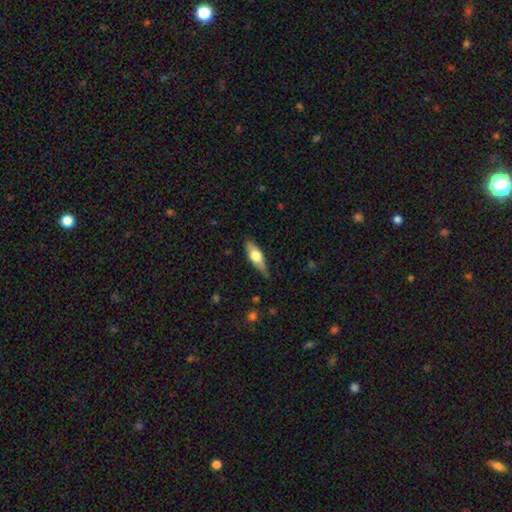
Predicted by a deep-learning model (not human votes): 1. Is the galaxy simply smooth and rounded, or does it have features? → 47% smooth (tied), 47% featured or disk (tied), 6% star or artifact.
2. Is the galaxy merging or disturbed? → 77% none, 18% minor disturbance, 3% major disturbance, 2% merger.